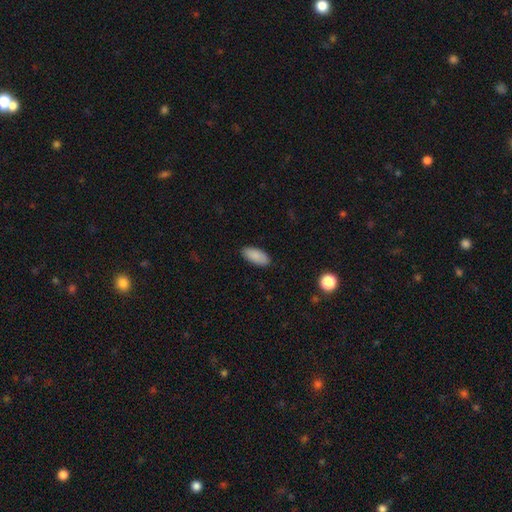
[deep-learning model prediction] A smooth galaxy with no disk features (89%) that is in between round and cigar-shaped (91%).

Vote fractions:
- Smooth or featured? smooth: 89% / star or artifact: 6% / featured or disk: 5%
- How rounded? in between: 91% / cigar-shaped: 8% / round: 2%
- Merging? none: 88% / minor disturbance: 9% / major disturbance: 2% / merger: 1%